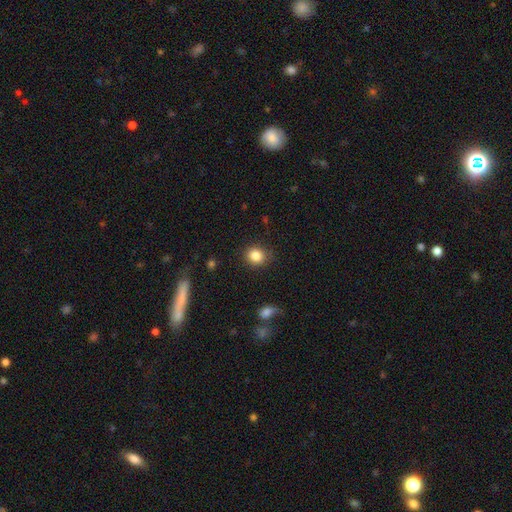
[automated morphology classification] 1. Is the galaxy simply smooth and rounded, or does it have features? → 85% smooth, 10% star or artifact, 5% featured or disk.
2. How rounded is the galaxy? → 74% round, 25% in between, 1% cigar-shaped.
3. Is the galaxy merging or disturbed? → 85% none, 10% minor disturbance, 3% major disturbance, 2% merger.